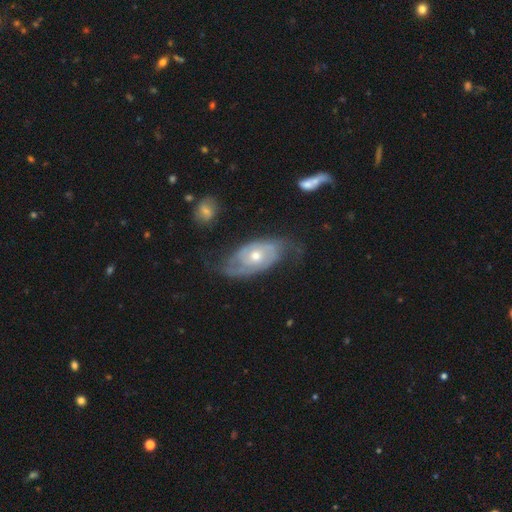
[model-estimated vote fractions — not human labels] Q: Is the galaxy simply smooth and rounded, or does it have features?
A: featured or disk — 82%.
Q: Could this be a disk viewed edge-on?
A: no — 94%.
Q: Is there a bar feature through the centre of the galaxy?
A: no — 76%.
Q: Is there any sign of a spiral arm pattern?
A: yes — 91%.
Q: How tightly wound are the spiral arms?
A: tight — 57%.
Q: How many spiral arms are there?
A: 2 — 61%.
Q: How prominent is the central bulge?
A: moderate — 61%.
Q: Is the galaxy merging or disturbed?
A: none — 61%.